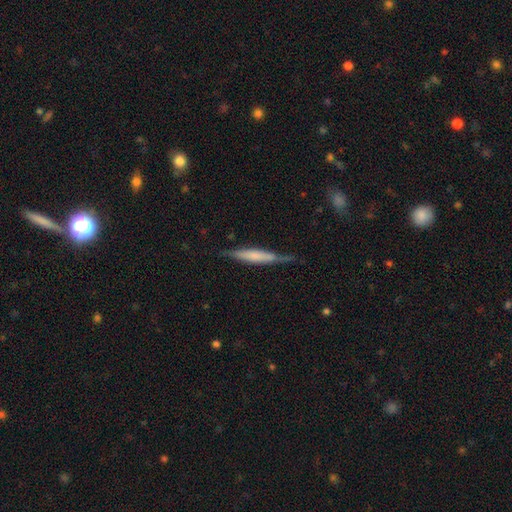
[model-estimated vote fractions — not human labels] A featured or disk galaxy (50%). Merging: none (73%).